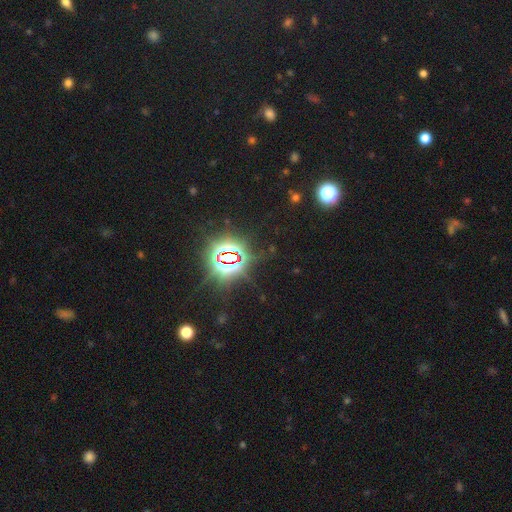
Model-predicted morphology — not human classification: Q: Smooth or featured?
A: star or artifact (81%); runner-up: smooth (12%)